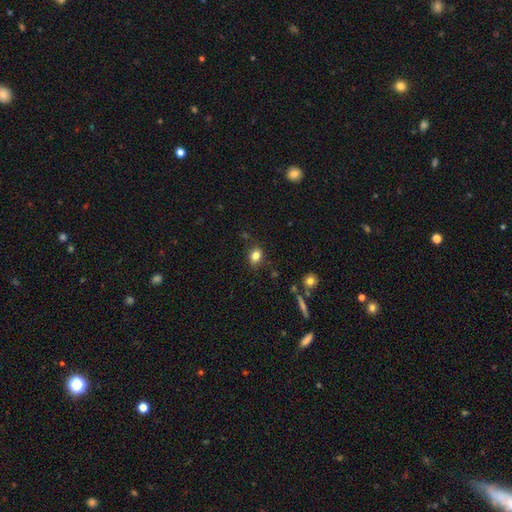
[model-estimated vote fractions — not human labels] Overall: smooth (83%). How rounded: in between (67%; round 31%). Merging: none (79%).